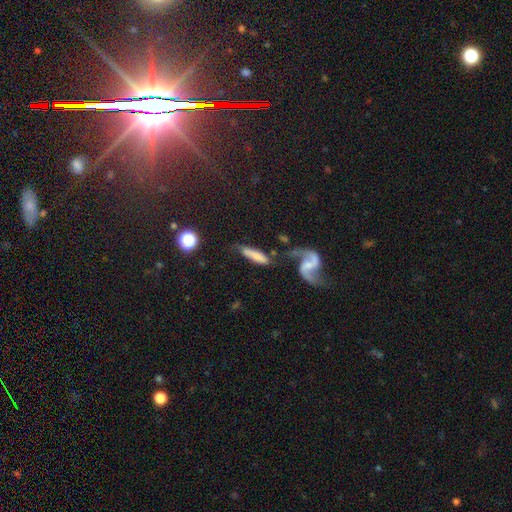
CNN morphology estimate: Overall: smooth (54%; featured or disk 37%). How rounded: cigar-shaped (73%). Merging: none (47%; minor disturbance 23%).